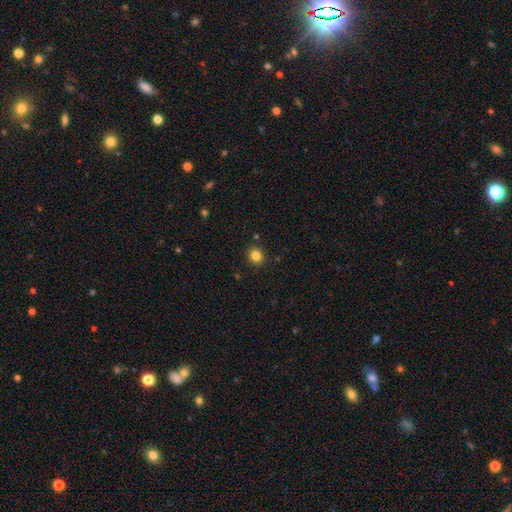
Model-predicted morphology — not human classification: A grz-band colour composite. It shows a smooth galaxy with no disk features (83%) that is round (76%). Merging: none (90%).